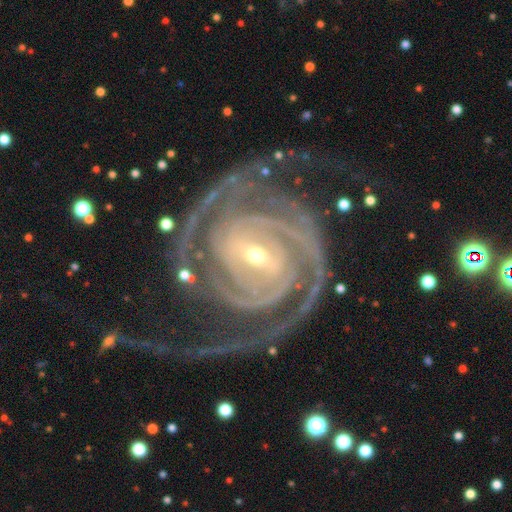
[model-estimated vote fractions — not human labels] Smooth or featured? featured or disk (94%)
Edge-on disk? no (98%)
Bar? strong (44%)
Spiral arms? yes (99%)
Spiral winding? tight (75%)
Spiral arm count? 2 (66%)
Bulge size? small (67%)
Merging? none (64%)